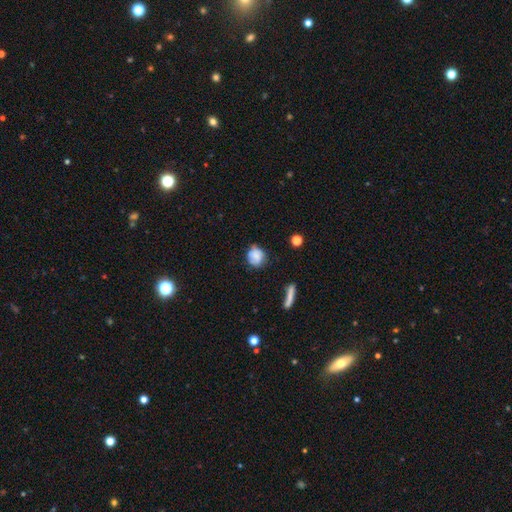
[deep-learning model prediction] Smooth or featured: smooth — 73% (featured or disk — 17%)
How rounded: round — 73% (in between — 25%)
Merging: none — 65% (minor disturbance — 25%)